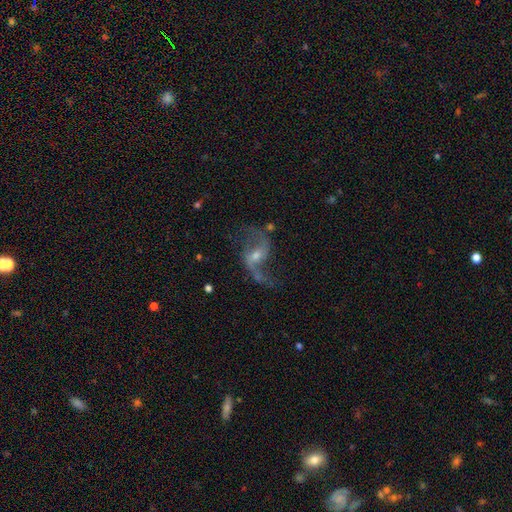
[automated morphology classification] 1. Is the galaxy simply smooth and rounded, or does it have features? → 88% featured or disk, 7% star or artifact, 5% smooth.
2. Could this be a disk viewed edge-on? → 97% no, 3% yes.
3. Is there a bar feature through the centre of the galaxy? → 44% weak, 35% no, 21% strong.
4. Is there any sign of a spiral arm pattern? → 96% yes, 4% no.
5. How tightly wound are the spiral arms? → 80% loose, 17% medium, 3% tight.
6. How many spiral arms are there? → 92% 2, 3% 1, 2% can't tell, 1% 3, 1% 4, 1% more than 4.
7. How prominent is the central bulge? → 52% small, 41% moderate, 3% none, 2% large, 1% dominant.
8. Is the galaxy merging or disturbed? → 67% none, 15% minor disturbance, 14% major disturbance, 3% merger.